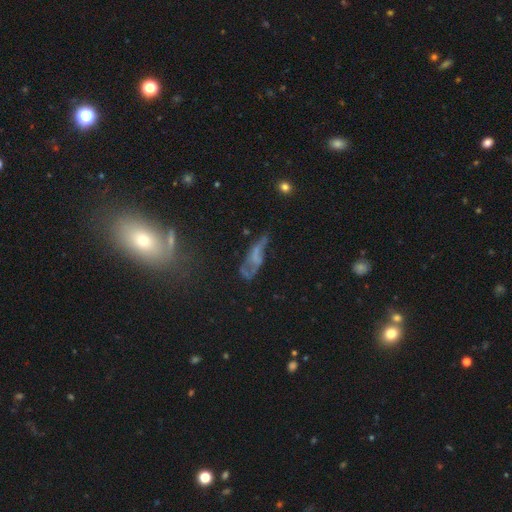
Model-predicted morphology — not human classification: Smooth or featured? featured or disk (49%)
Merging? major disturbance (35%)